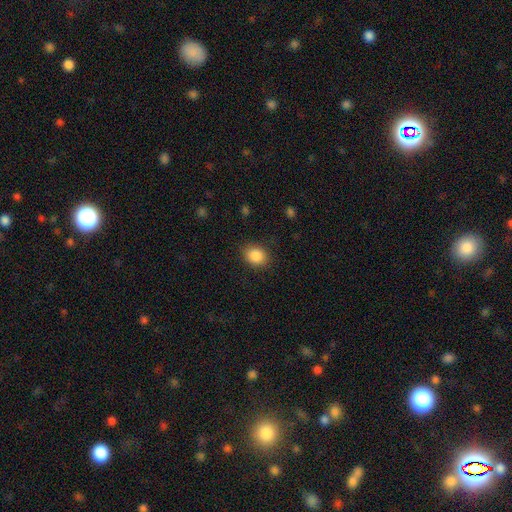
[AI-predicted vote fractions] smooth-or-featured: smooth: 87% | star or artifact: 9% | featured or disk: 4%
  how-rounded: round: 52% | in between: 47% | cigar-shaped: 1%
  merging: none: 85% | minor disturbance: 11% | major disturbance: 3% | merger: 1%